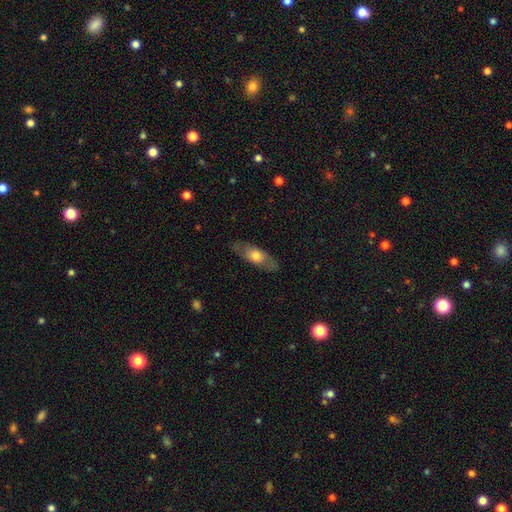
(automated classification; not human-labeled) smooth_or_featured: smooth (p=0.57) [alt: featured or disk p=0.37]
how_rounded: in between (p=0.66) [alt: cigar-shaped p=0.30]
merging: none (p=0.81) [alt: minor disturbance p=0.13]